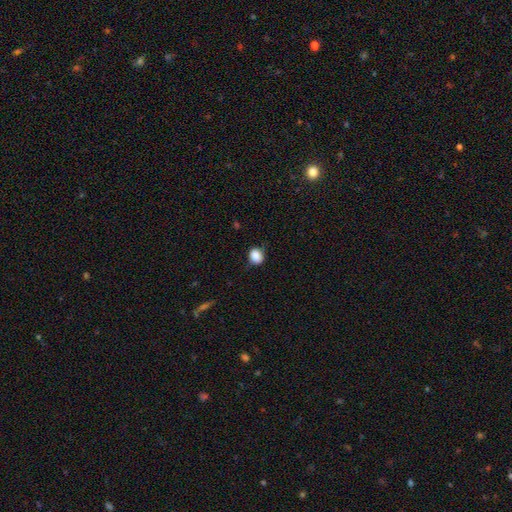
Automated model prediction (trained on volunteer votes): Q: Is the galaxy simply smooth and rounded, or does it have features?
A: smooth — 87%.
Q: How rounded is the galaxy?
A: round — 59%.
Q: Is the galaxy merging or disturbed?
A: none — 75%.